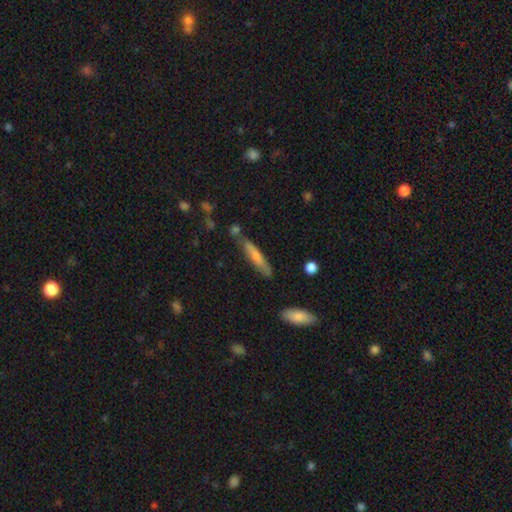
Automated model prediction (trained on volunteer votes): smooth_or_featured: smooth (p=0.65) [alt: featured or disk p=0.29]
how_rounded: cigar-shaped (p=0.89) [alt: in between p=0.10]
merging: none (p=0.71) [alt: minor disturbance p=0.18]